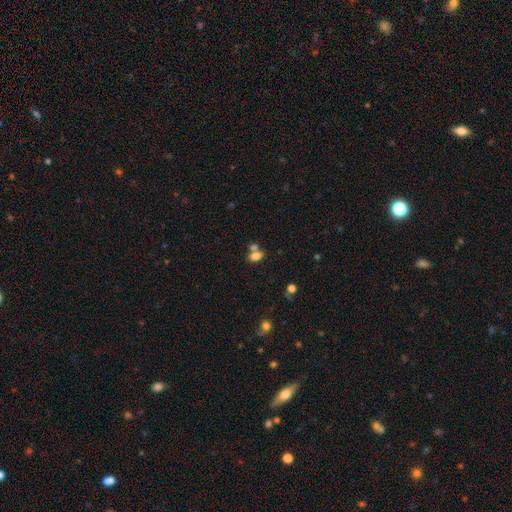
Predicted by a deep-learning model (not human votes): Smooth or featured: smooth — 78% (star or artifact — 12%)
How rounded: in between — 82% (round — 15%)
Merging: none — 46% (merger — 40%)